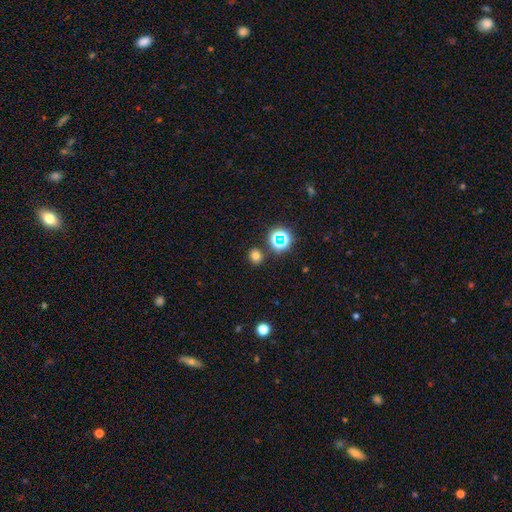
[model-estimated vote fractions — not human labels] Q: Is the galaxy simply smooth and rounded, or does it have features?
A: smooth — 71%.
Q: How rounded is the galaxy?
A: round — 76%.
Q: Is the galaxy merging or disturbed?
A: none — 85%.